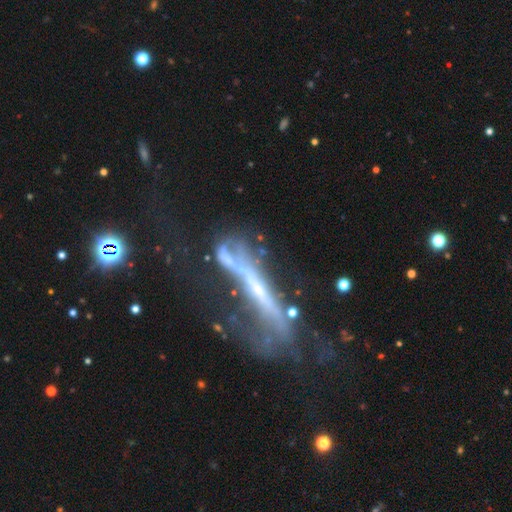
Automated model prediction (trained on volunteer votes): Overall: featured or disk (71%). Edge-on disk: yes (66%; no 34%). Merging: major disturbance (38%; none 30%).